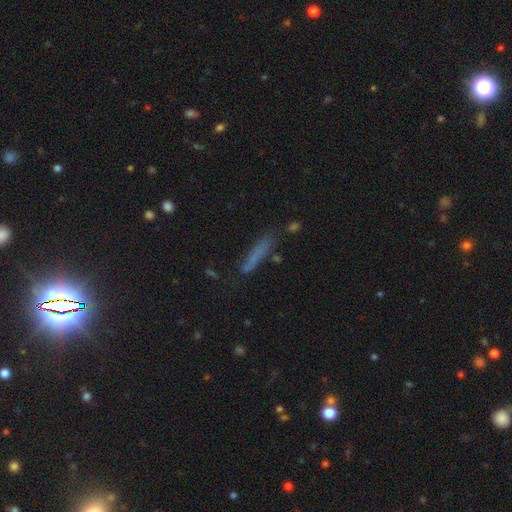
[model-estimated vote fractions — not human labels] This is likely a smooth galaxy (68%). How rounded: clearly cigar-shaped (91%). Merging: likely none (74%).